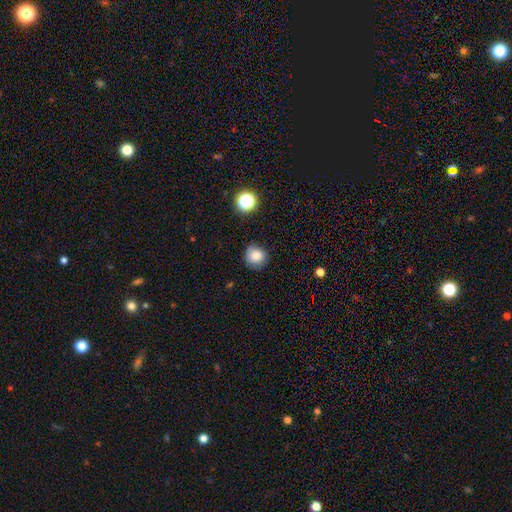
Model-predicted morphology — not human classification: Smooth or featured? smooth (82%)
How rounded? round (89%)
Merging? none (80%)